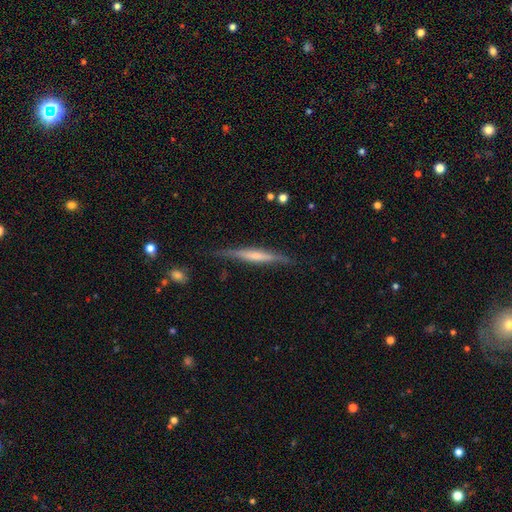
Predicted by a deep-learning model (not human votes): smooth-or-featured: featured or disk: 63% | smooth: 31% | star or artifact: 6%
  disk-edge-on: yes: 95% | no: 5%
    edge-on-bulge: rounded: 44% | none: 41% | boxy: 15%
  merging: none: 79% | minor disturbance: 15% | major disturbance: 3% | merger: 2%